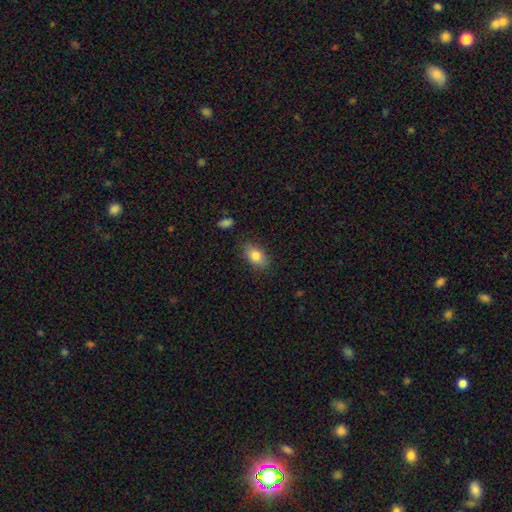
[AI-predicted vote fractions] Overall: smooth (82%). How rounded: in between (86%). Merging: none (82%).